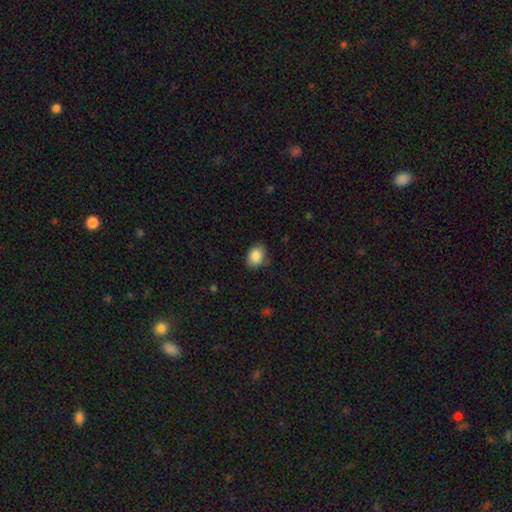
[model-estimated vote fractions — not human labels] The model was most divided on "how rounded": in between: 64%, round: 35%, cigar-shaped: 1%. More confident: smooth or featured — smooth (86%); merging — none (74%).